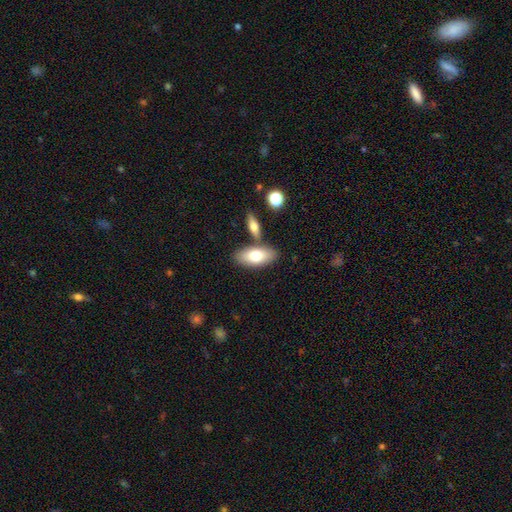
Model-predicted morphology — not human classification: Smooth or featured? smooth (74%)
How rounded? in between (89%)
Merging? none (70%)